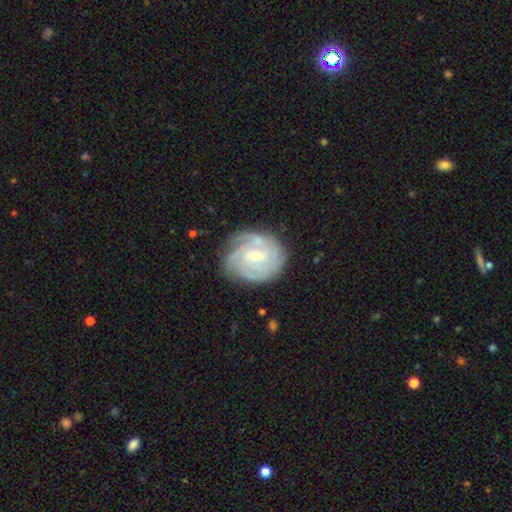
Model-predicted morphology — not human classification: smooth-or-featured: featured or disk: 83% | smooth: 11% | star or artifact: 6%
  disk-edge-on: no: 97% | yes: 3%
    bar: no: 48% | weak: 42% | strong: 9%
    has-spiral-arms: yes: 95% | no: 5%
      spiral-winding: tight: 72% | medium: 23% | loose: 5%
      spiral-arm-count: can't tell: 30% | 3: 26% | 4: 20% | 2: 14% | more than 4: 6% | 1: 5%
    bulge-size: small: 54% | moderate: 43% | large: 1% | none: 1% | dominant: 1%
  merging: none: 73% | minor disturbance: 18% | major disturbance: 6% | merger: 3%